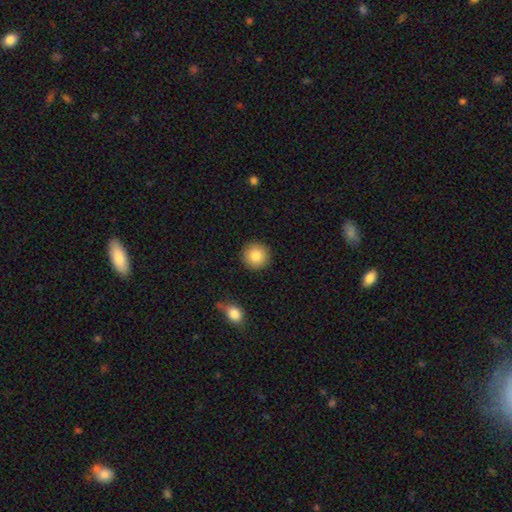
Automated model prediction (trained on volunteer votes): The model was most divided on "smooth or featured": smooth: 85%, star or artifact: 8%, featured or disk: 7%. More confident: how rounded — round (95%); merging — none (91%).